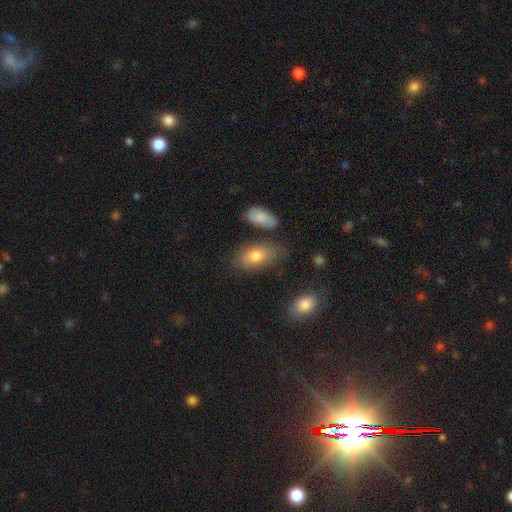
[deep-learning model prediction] smooth-or-featured: smooth: 79% | featured or disk: 14% | star or artifact: 8%
  how-rounded: in between: 91% | round: 6% | cigar-shaped: 3%
  merging: none: 72% | minor disturbance: 17% | merger: 7% | major disturbance: 5%